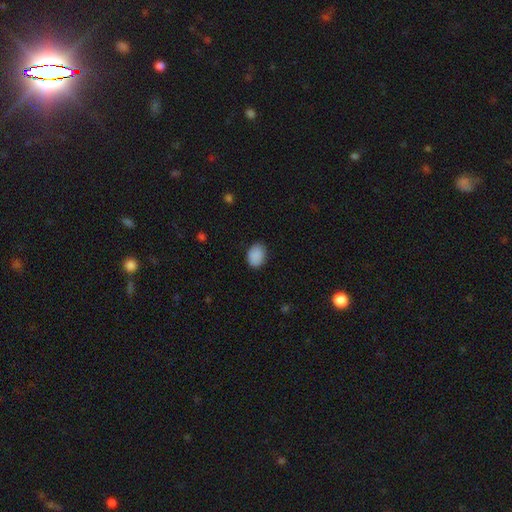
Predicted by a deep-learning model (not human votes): Smooth or featured?
  - smooth: 89% *
  - star or artifact: 8%
  - featured or disk: 3%
How rounded?
  - in between: 70% *
  - round: 29%
  - cigar-shaped: 1%
Merging?
  - none: 83% *
  - minor disturbance: 13%
  - major disturbance: 3%
  - merger: 1%